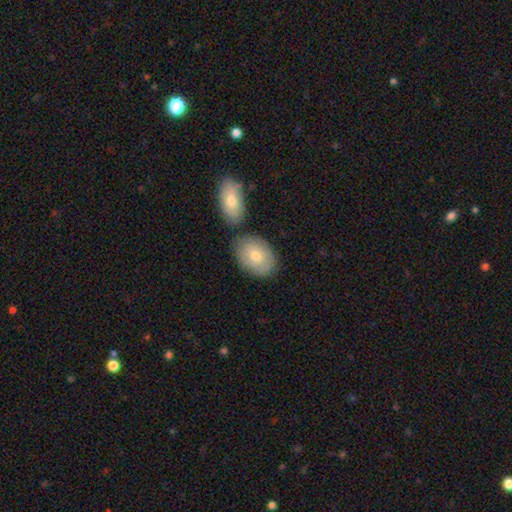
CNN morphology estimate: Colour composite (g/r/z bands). It shows a smooth galaxy with no disk features (70%) that is in between round and cigar-shaped (80%). Merging: none (63%).